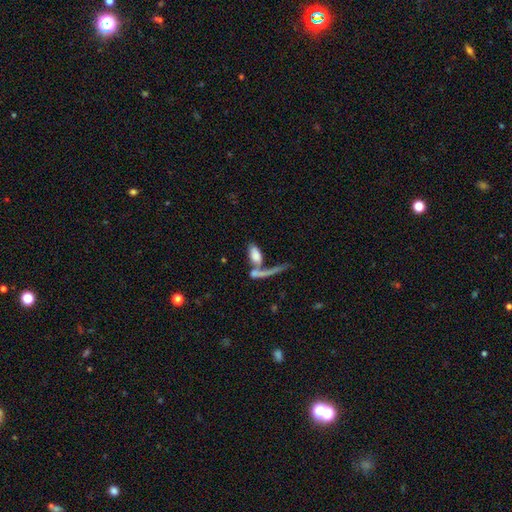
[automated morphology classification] smooth_or_featured: smooth (p=0.70) [alt: featured or disk p=0.22]
how_rounded: in between (p=0.77) [alt: cigar-shaped p=0.17]
merging: merger (p=0.50) [alt: none p=0.29]